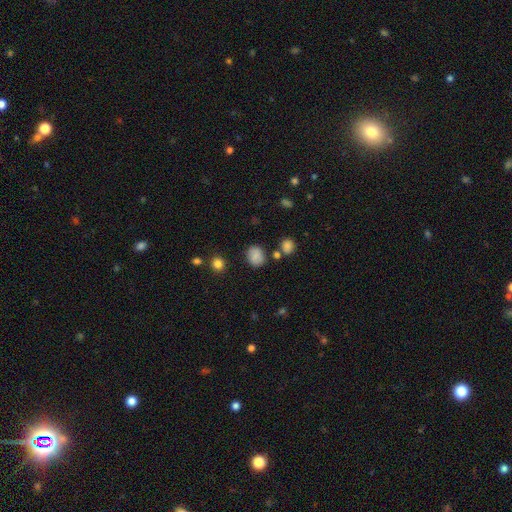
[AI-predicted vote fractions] Morphology: type=smooth (80%); roundness=round (61%); merging=none (75%).